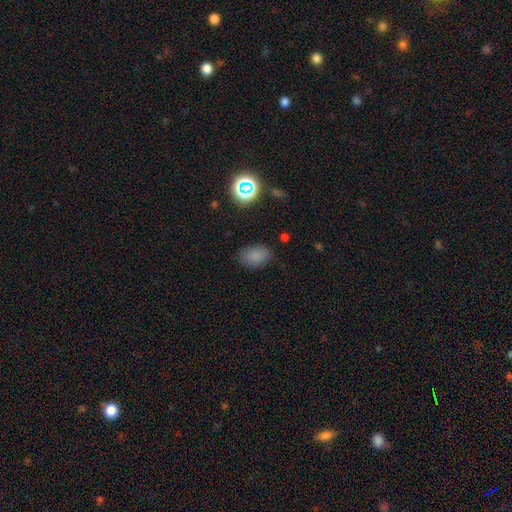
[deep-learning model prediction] Smooth or featured?
  - smooth: 80% *
  - star or artifact: 14%
  - featured or disk: 6%
How rounded?
  - in between: 86% *
  - round: 13%
  - cigar-shaped: 1%
Merging?
  - none: 80% *
  - minor disturbance: 14%
  - major disturbance: 4%
  - merger: 2%